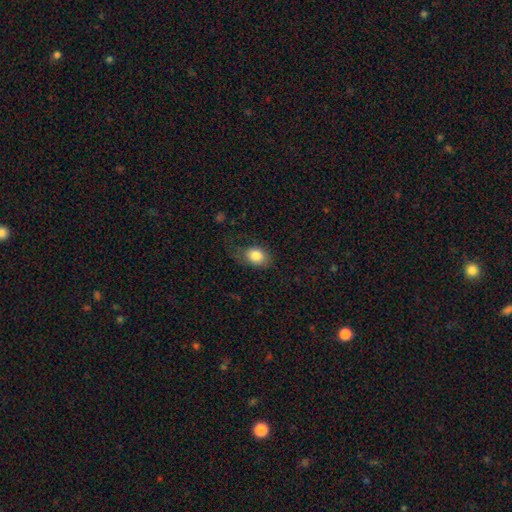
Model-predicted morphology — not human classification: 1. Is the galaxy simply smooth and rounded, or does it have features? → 82% smooth, 10% featured or disk, 8% star or artifact.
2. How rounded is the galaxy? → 76% in between, 23% round, 1% cigar-shaped.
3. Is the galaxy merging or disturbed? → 57% none, 25% minor disturbance, 16% major disturbance, 2% merger.